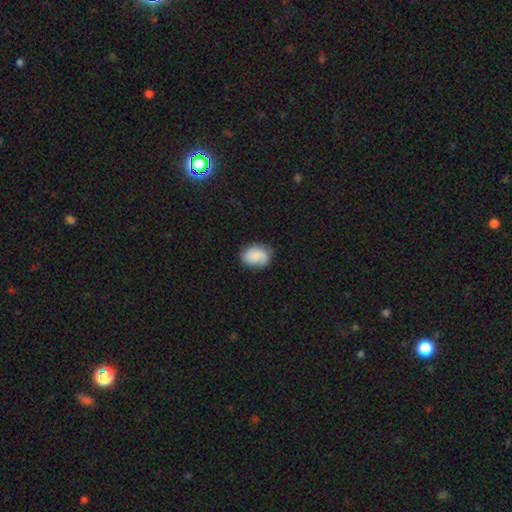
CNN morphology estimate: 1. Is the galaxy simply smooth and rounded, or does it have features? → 74% smooth, 18% featured or disk, 8% star or artifact.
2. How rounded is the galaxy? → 60% in between, 39% round, 1% cigar-shaped.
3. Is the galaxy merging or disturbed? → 67% none, 23% minor disturbance, 8% major disturbance, 2% merger.